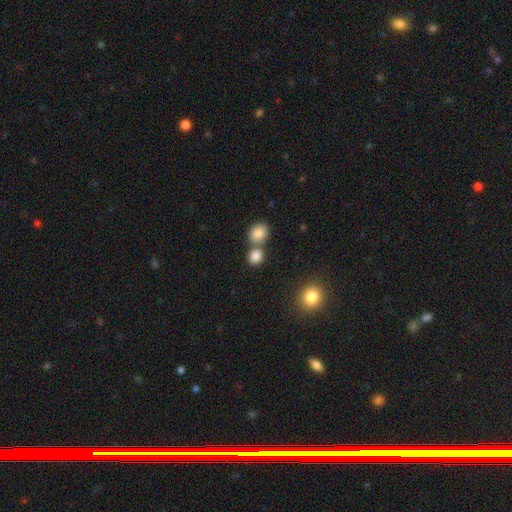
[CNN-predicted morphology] Overall: smooth (85%). How rounded: round (70%). Merging: none (53%; merger 36%).